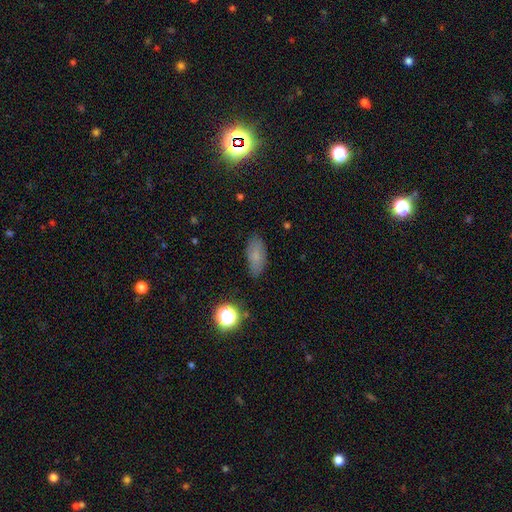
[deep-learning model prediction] Smooth or featured? Predicted: smooth (p=0.73). How rounded? Predicted: in between (p=0.87). Merging? Predicted: none (p=0.80).